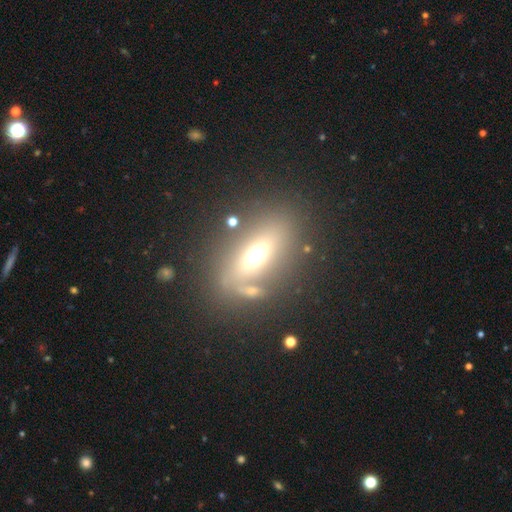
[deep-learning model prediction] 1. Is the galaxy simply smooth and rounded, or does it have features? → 50% smooth, 35% featured or disk, 15% star or artifact.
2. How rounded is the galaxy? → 71% in between, 16% cigar-shaped, 13% round.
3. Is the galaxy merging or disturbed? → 70% none, 12% minor disturbance, 11% merger, 7% major disturbance.